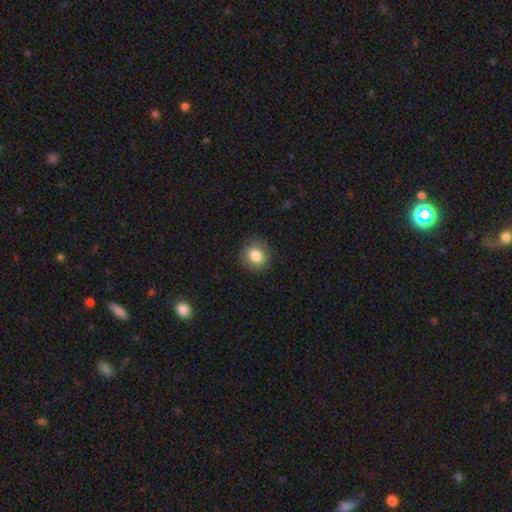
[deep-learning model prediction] Overall: smooth (82%). How rounded: round (76%). Merging: none (86%).